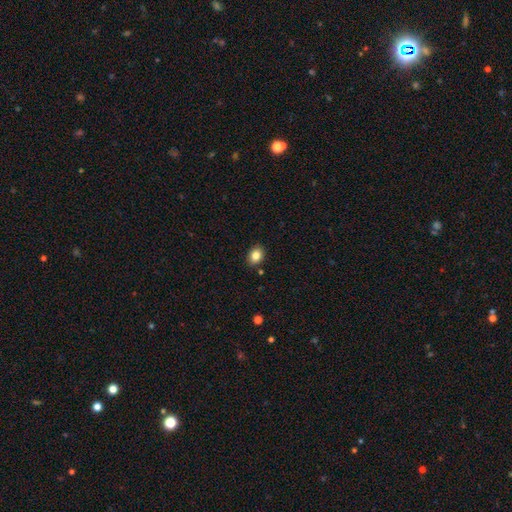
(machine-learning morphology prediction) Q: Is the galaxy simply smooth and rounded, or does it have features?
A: smooth — 84%.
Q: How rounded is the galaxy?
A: in between — 63%.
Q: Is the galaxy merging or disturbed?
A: none — 88%.